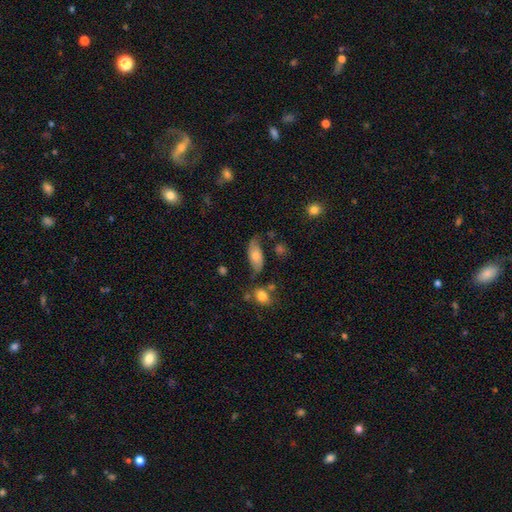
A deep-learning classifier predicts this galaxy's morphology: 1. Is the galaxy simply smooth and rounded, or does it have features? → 61% smooth, 32% featured or disk, 7% star or artifact.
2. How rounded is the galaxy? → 87% in between, 10% cigar-shaped, 3% round.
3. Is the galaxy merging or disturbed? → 57% none, 28% minor disturbance, 10% major disturbance, 5% merger.